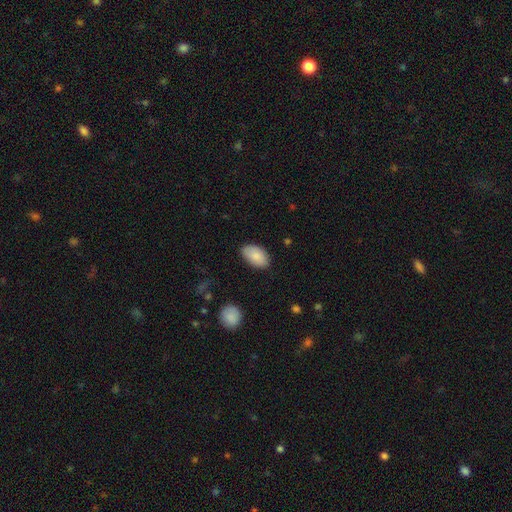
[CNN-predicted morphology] This appears to be a smooth galaxy with no disk features (86%) that is in between round and cigar-shaped (94%). Merging: none (83%).